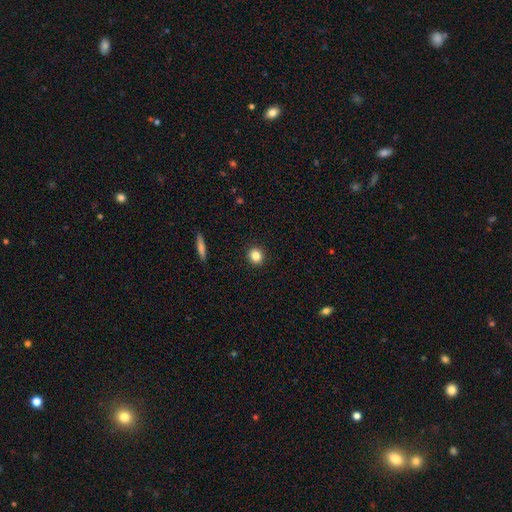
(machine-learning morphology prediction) This appears to be a smooth galaxy with no disk features (83%) that is round (91%). Merging: none (92%).